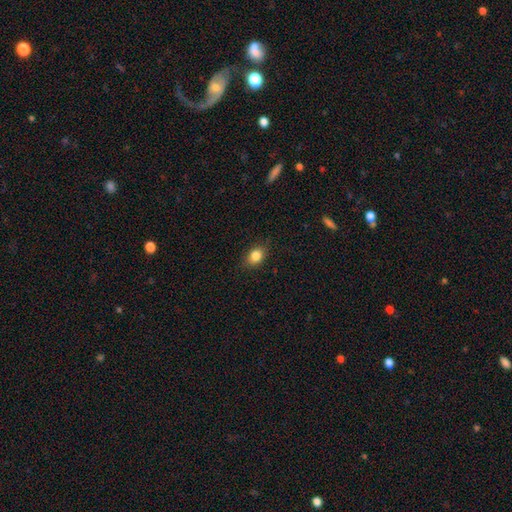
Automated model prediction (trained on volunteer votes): This appears to be a smooth galaxy with no disk features (84%) that is in between round and cigar-shaped (69%). Merging: none (83%).